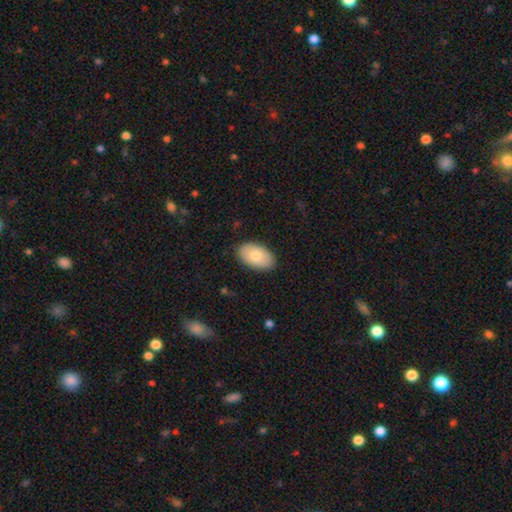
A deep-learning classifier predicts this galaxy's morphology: A smooth galaxy with no disk features (76%) that is in between round and cigar-shaped (94%). Merging: none (87%).